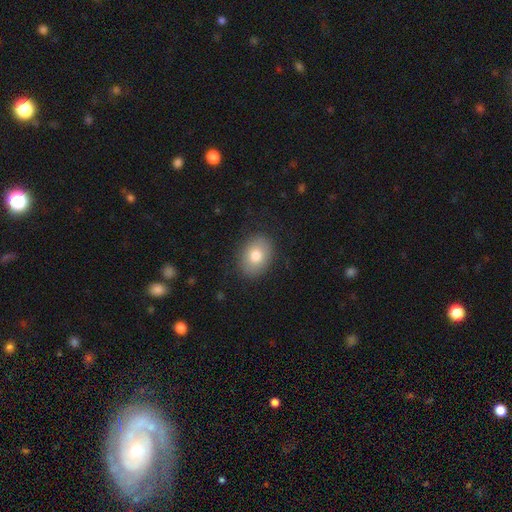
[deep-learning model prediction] smooth 78%, featured or disk 13%, star or artifact 9%. Down the decision tree: how rounded — in between (65%); merging — none (86%).